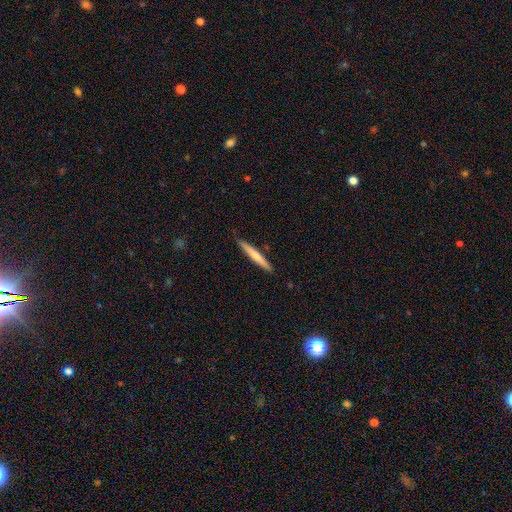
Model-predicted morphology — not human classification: Overall: smooth (61%; featured or disk 34%). How rounded: cigar-shaped (96%). Merging: none (89%).